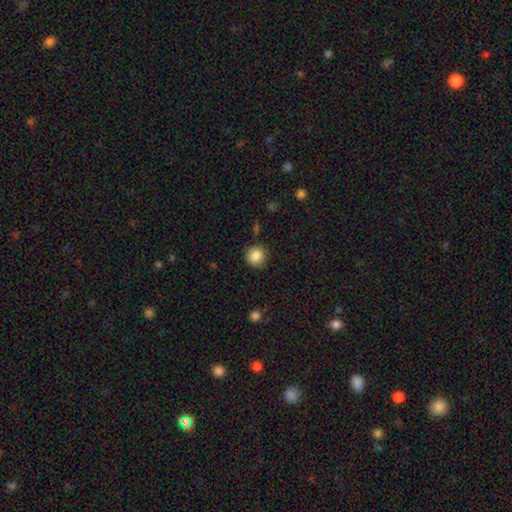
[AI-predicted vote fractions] Smooth or featured: smooth — 86% (star or artifact — 9%)
How rounded: round — 93% (in between — 6%)
Merging: none — 87% (minor disturbance — 9%)